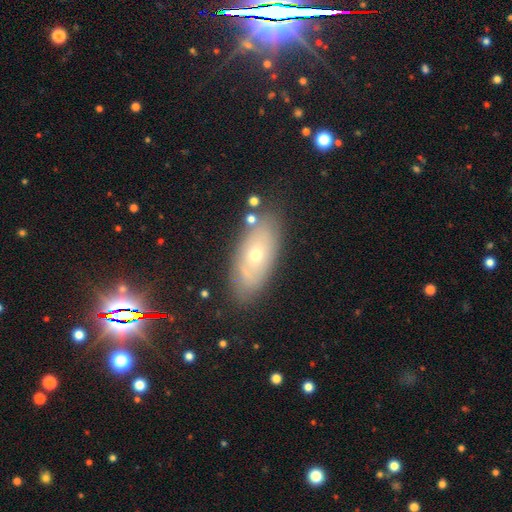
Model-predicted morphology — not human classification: This is possibly a smooth galaxy (46%). Merging: clearly none (82%).